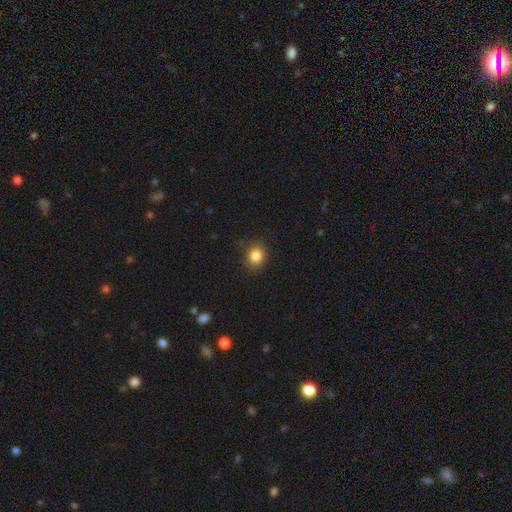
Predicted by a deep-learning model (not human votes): Smooth or featured?
  - smooth: 84% *
  - star or artifact: 12%
  - featured or disk: 5%
How rounded?
  - round: 79% *
  - in between: 21%
  - cigar-shaped: 1%
Merging?
  - none: 83% *
  - minor disturbance: 13%
  - major disturbance: 3%
  - merger: 1%